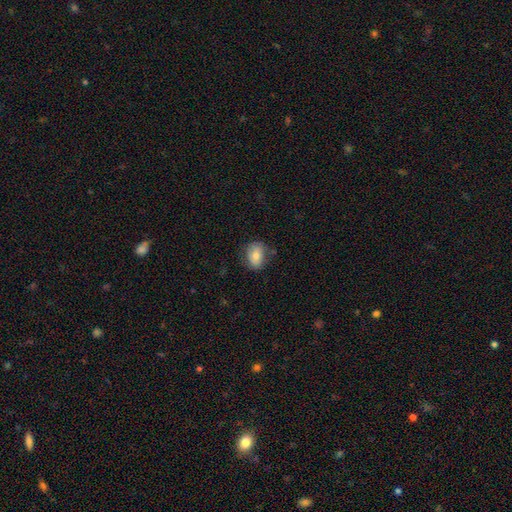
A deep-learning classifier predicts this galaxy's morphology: smooth-or-featured: smooth: 76% | featured or disk: 15% | star or artifact: 8%
  how-rounded: in between: 73% | round: 25% | cigar-shaped: 2%
  merging: none: 74% | minor disturbance: 19% | major disturbance: 5% | merger: 2%